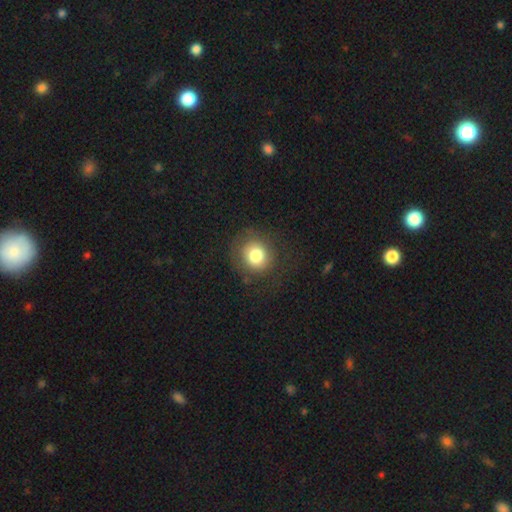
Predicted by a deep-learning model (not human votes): The model was most divided on "merging": none: 77%, minor disturbance: 13%, major disturbance: 9%, merger: 1%. More confident: how rounded — round (87%); smooth or featured — smooth (77%).